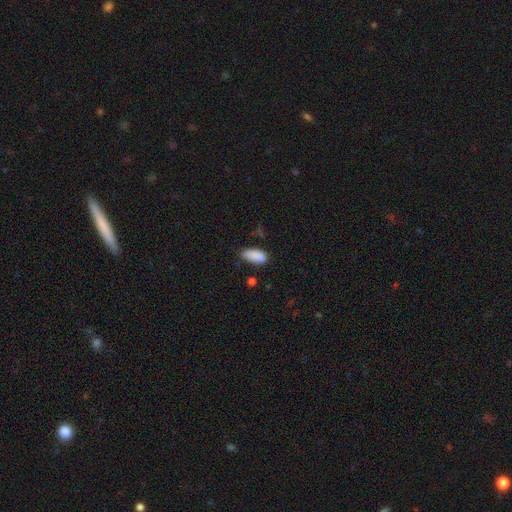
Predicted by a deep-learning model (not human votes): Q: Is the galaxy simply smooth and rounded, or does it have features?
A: smooth — 88%.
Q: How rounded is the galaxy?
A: in between — 90%.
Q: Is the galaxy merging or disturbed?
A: none — 62%.